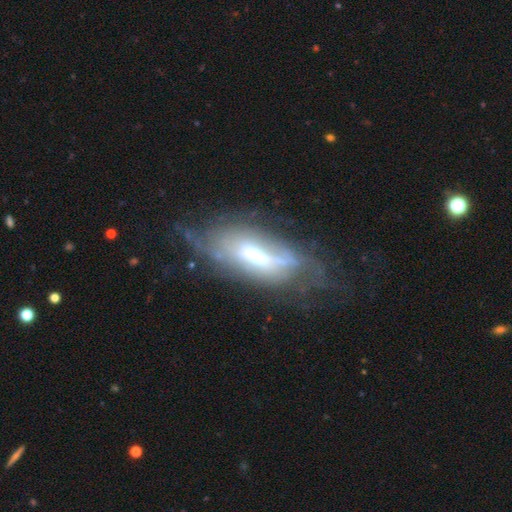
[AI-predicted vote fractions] Smooth or featured?
  - featured or disk: 72% *
  - smooth: 19%
  - star or artifact: 9%
Edge-on disk?
  - no: 77% *
  - yes: 23%
Bar?
  - no: 39% *
  - weak: 37%
  - strong: 25%
Spiral arms?
  - yes: 63% *
  - no: 37%
Bulge size?
  - moderate: 60% *
  - small: 23%
  - large: 13%
  - none: 2%
  - dominant: 2%
Merging?
  - none: 51% *
  - minor disturbance: 25%
  - major disturbance: 21%
  - merger: 3%